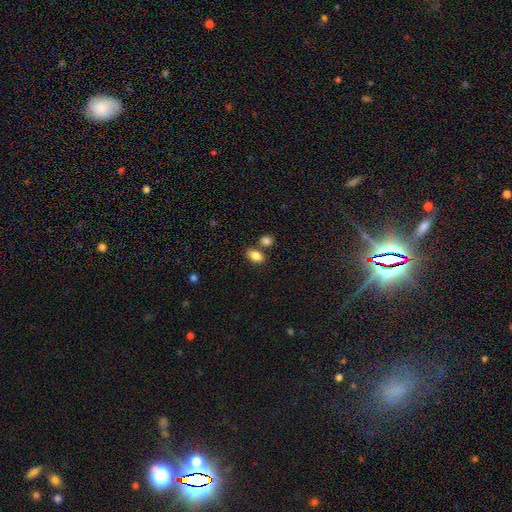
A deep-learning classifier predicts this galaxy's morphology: smooth 85%, star or artifact 9%, featured or disk 7%. Down the decision tree: how rounded — in between (86%); merging — none (67%).